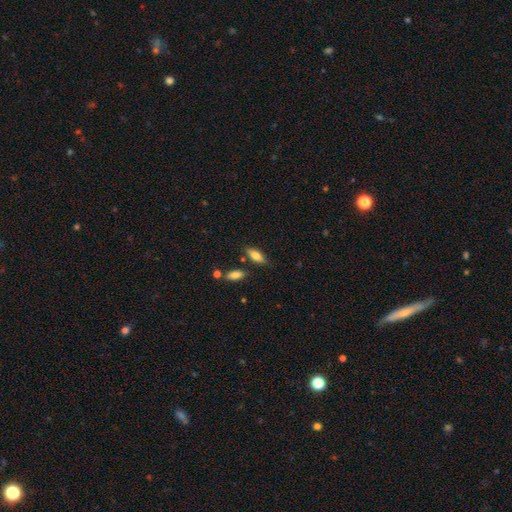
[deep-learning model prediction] This appears to be a smooth galaxy with no disk features (75%) that is in between round and cigar-shaped (75%). Merging: none (75%).